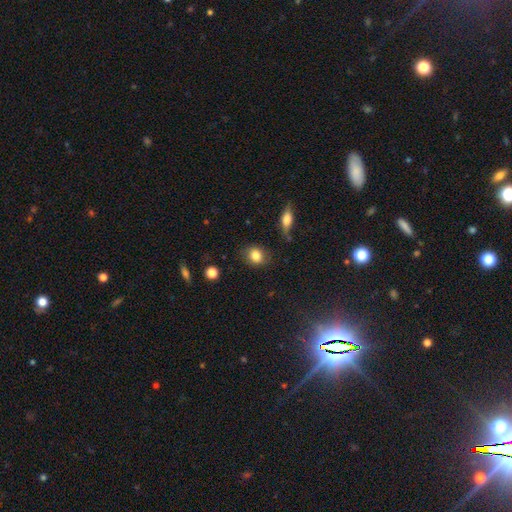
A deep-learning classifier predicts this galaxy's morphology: Overall: smooth (83%). How rounded: round (64%; in between 35%). Merging: none (82%).